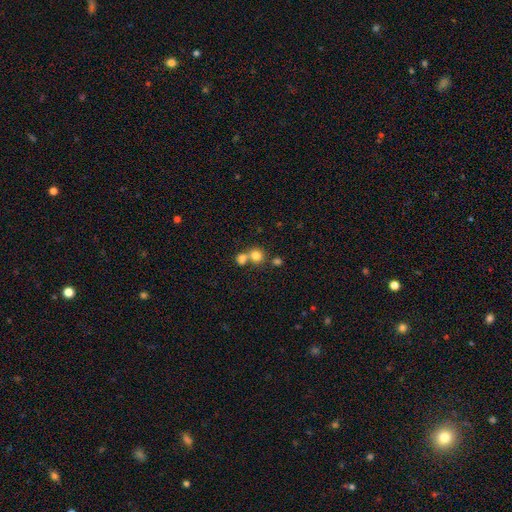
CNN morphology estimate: The model was most divided on "merging": none: 47%, merger: 43%, minor disturbance: 7%, major disturbance: 3%. More confident: how rounded — round (84%); smooth or featured — smooth (78%).